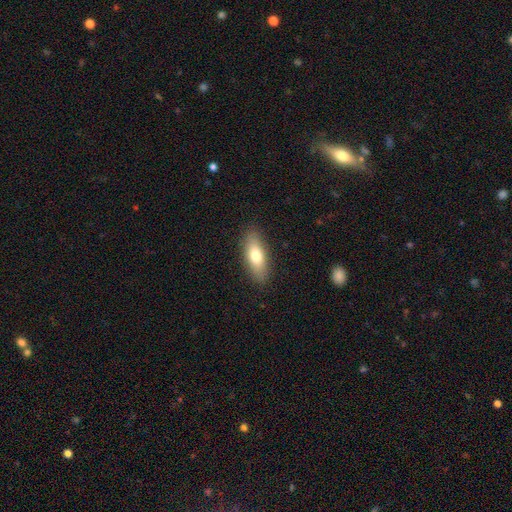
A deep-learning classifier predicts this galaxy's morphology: This appears to be a smooth galaxy with no disk features (73%) that is in between round and cigar-shaped (69%). Merging: none (88%).